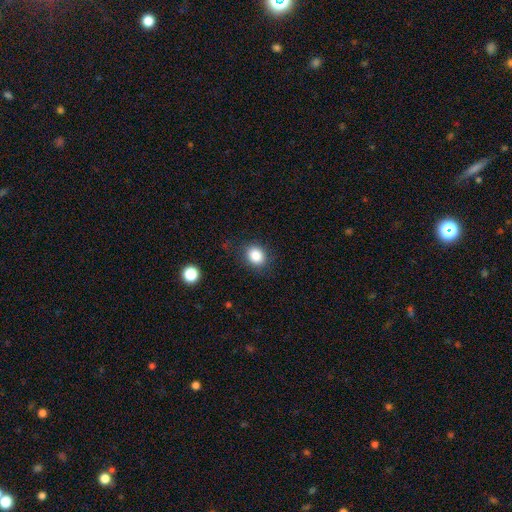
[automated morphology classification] A smooth galaxy with no disk features (85%) that is round (59%). Merging: none (82%).